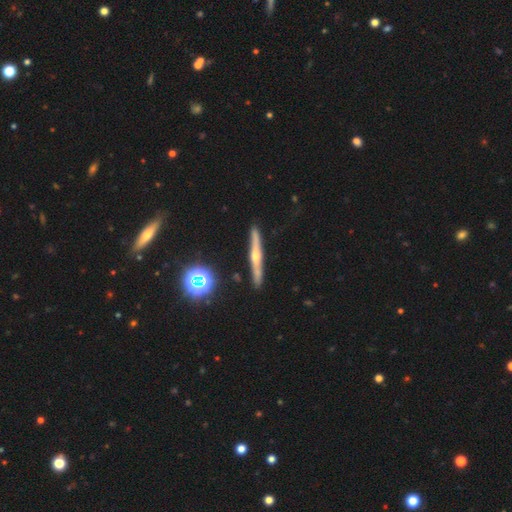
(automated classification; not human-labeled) A featured or disk galaxy (74%) viewed edge-on (97%) with a rounded central bulge (88%). Merging: none (90%).